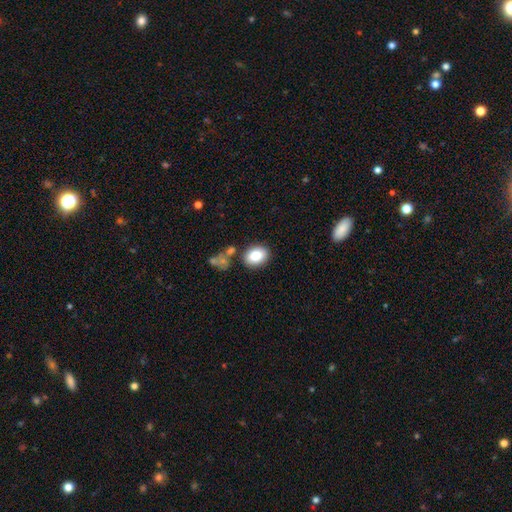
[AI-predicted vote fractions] The model was most divided on "how rounded": in between: 69%, round: 30%, cigar-shaped: 1%. More confident: smooth or featured — smooth (83%); merging — none (77%).